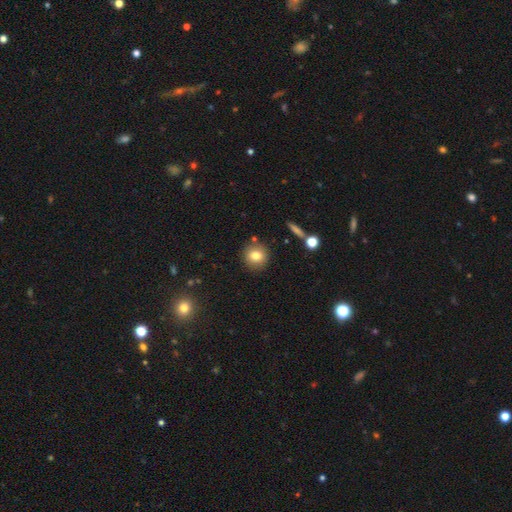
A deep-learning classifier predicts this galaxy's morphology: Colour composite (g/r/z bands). It shows a smooth galaxy with no disk features (79%) that is round (90%). Merging: none (86%).